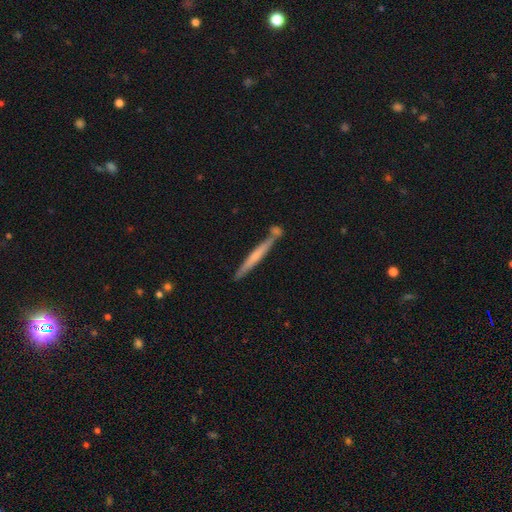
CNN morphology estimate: smooth_or_featured: featured or disk (p=0.50) [alt: smooth p=0.45]
merging: none (p=0.71) [alt: merger p=0.15]